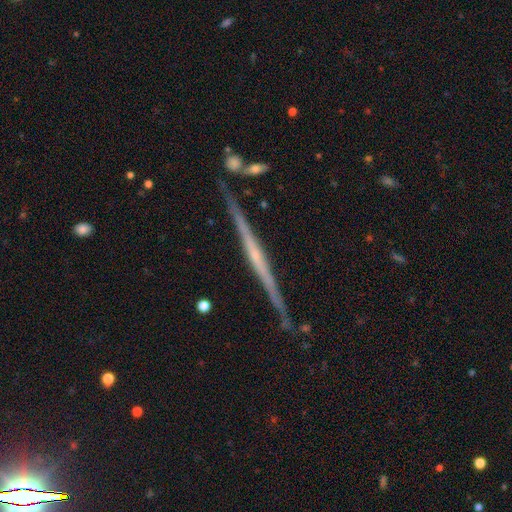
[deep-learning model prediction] Morphology: type=featured or disk (79%); edge-on=yes (98%); edge-on bulge=none (55%); merging=none (86%).